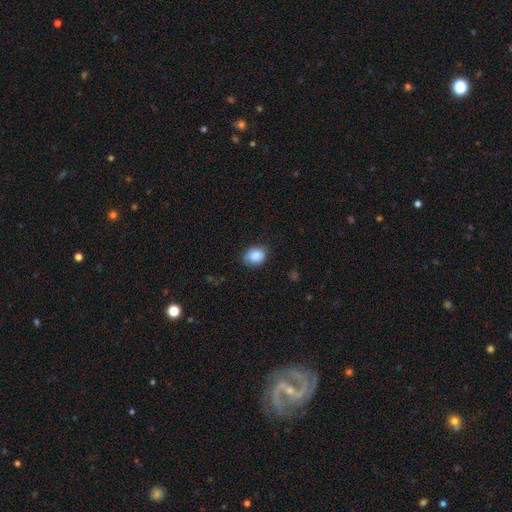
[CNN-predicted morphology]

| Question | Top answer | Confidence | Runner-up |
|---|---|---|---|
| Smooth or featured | smooth | 87% | star or artifact (8%) |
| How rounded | in between | 50% | round (49%) |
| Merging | none | 75% | minor disturbance (19%) |